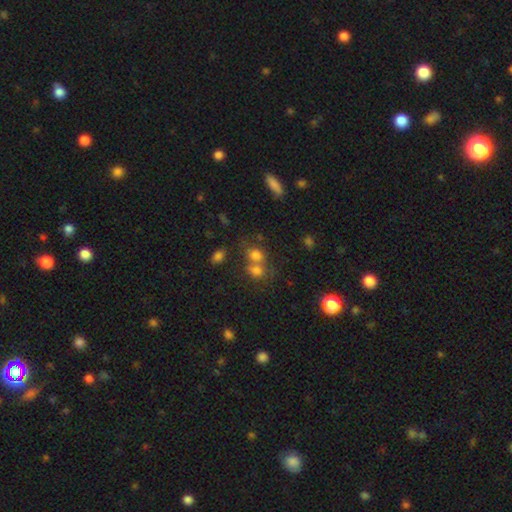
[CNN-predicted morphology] Smooth or featured?
  - smooth: 71% *
  - star or artifact: 17%
  - featured or disk: 13%
How rounded?
  - round: 61% *
  - in between: 37%
  - cigar-shaped: 1%
Merging?
  - merger: 51% *
  - none: 34%
  - minor disturbance: 9%
  - major disturbance: 5%